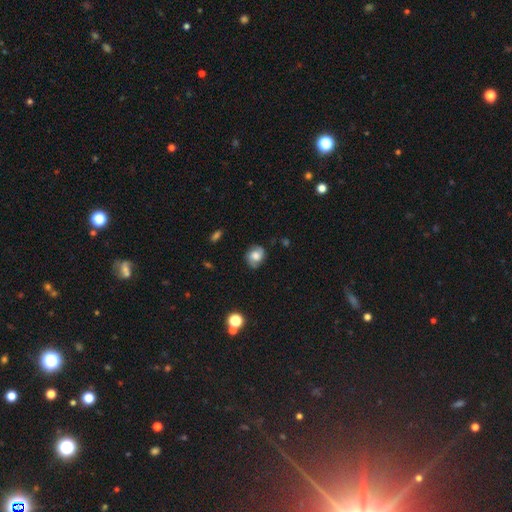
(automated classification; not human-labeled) Smooth or featured? smooth (52%)
How rounded? round (56%)
Merging? none (73%)